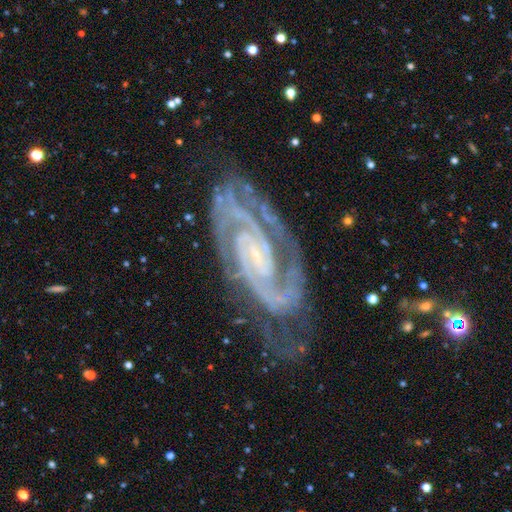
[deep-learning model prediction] featured or disk 91%, star or artifact 5%, smooth 3%. Down the decision tree: edge-on disk — no (96%); bar — no (51%); spiral arms — yes (98%); spiral arm count — 2 (73%); spiral winding — tight (68%); bulge size — small (74%); merging — none (70%).